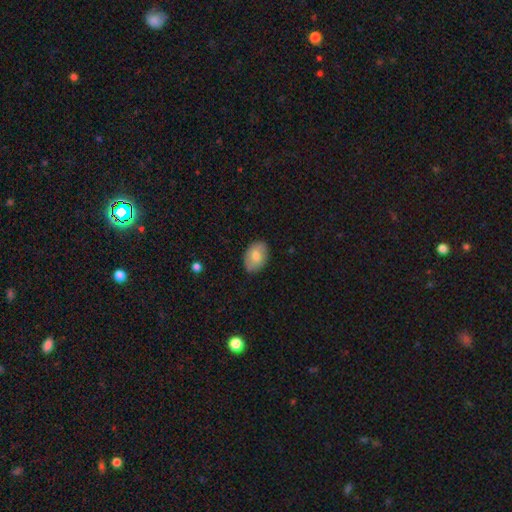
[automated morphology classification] This is likely a smooth galaxy (74%). How rounded: clearly in between (84%). Merging: clearly none (83%).